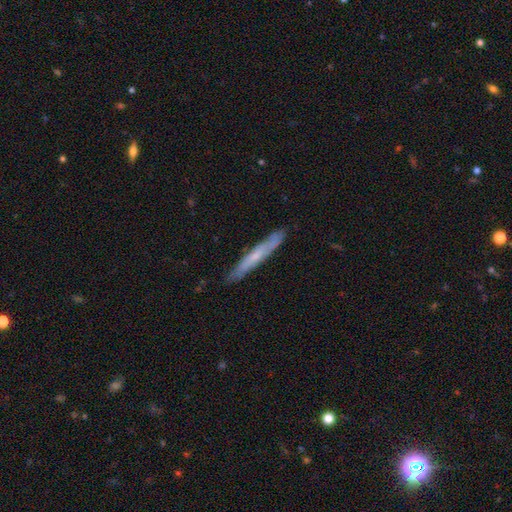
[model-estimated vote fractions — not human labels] Smooth or featured? featured or disk (49%)
Merging? none (85%)